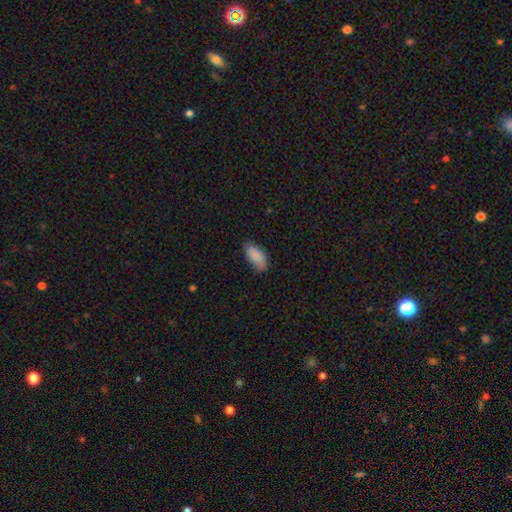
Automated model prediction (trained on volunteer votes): This is clearly a smooth galaxy (88%). How rounded: clearly in between (90%). Merging: likely none (75%).